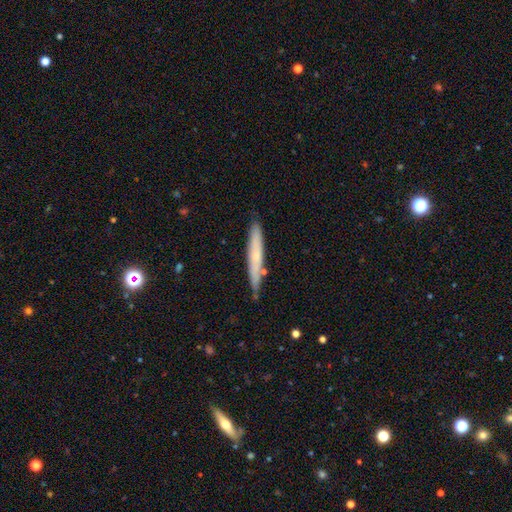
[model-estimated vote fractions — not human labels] A smooth galaxy with no disk features (53%) that is cigar-shaped (94%). Merging: none (82%).